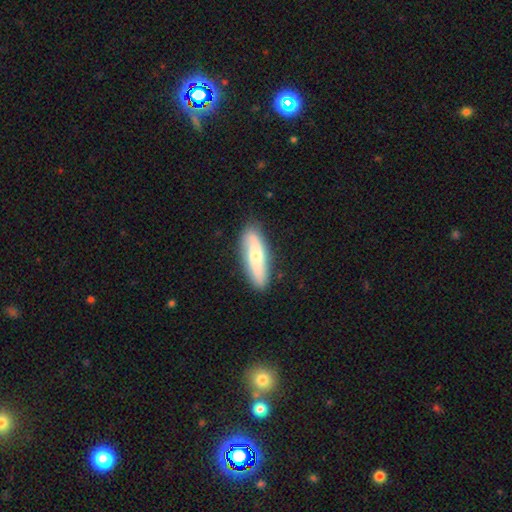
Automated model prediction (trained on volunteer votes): Smooth or featured? Predicted: smooth (p=0.58). How rounded? Predicted: cigar-shaped (p=0.58). Merging? Predicted: none (p=0.85).